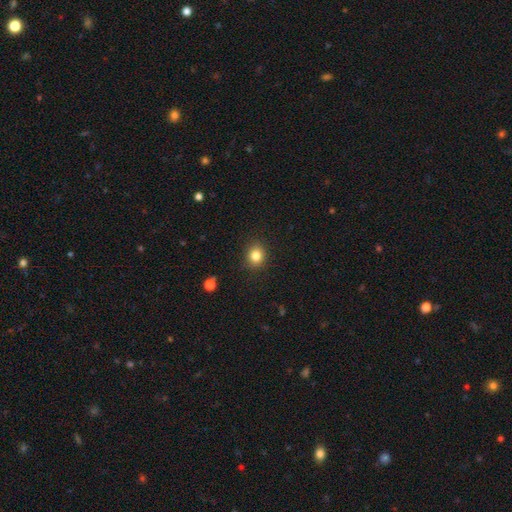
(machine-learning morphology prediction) Smooth or featured? Predicted: smooth (p=0.83). How rounded? Predicted: round (p=0.78). Merging? Predicted: none (p=0.89).